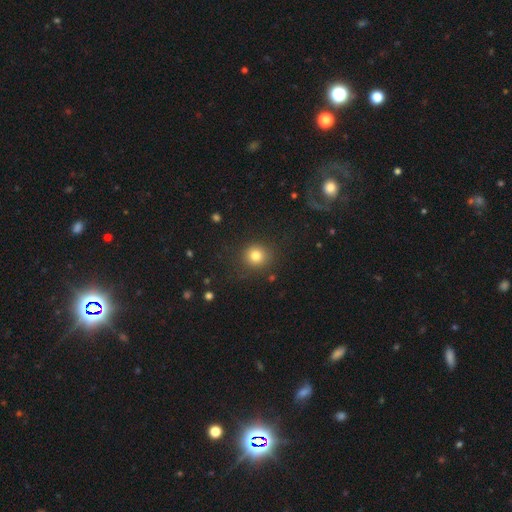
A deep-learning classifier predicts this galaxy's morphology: Smooth or featured?
  - smooth: 81% *
  - star or artifact: 12%
  - featured or disk: 7%
How rounded?
  - round: 90% *
  - in between: 10%
  - cigar-shaped: 1%
Merging?
  - none: 86% *
  - minor disturbance: 9%
  - major disturbance: 4%
  - merger: 1%